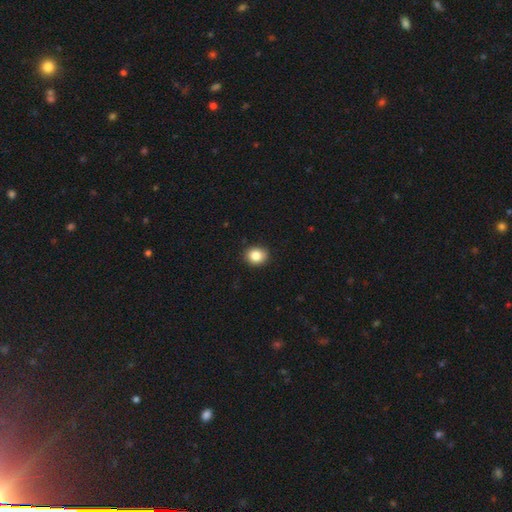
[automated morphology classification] Smooth or featured: smooth — 85% (star or artifact — 10%)
How rounded: round — 72% (in between — 27%)
Merging: none — 89% (minor disturbance — 8%)